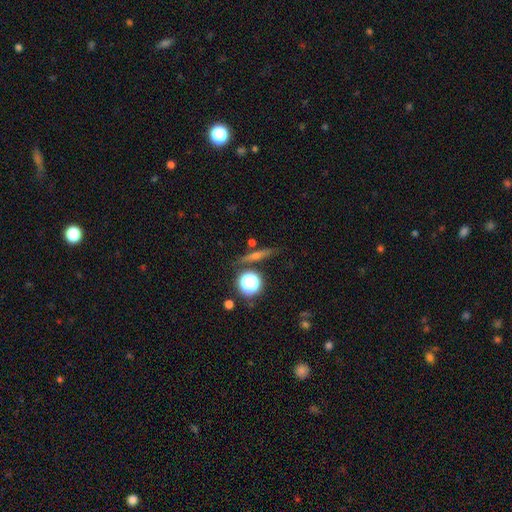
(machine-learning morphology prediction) This is marginally a featured or disk galaxy (44%). Merging: clearly none (83%).